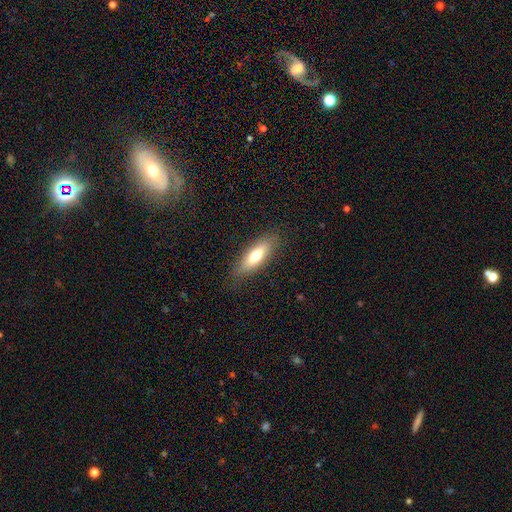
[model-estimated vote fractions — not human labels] This is likely a smooth galaxy (67%). How rounded: possibly in between (49%, tied with cigar-shaped). Merging: clearly none (84%).